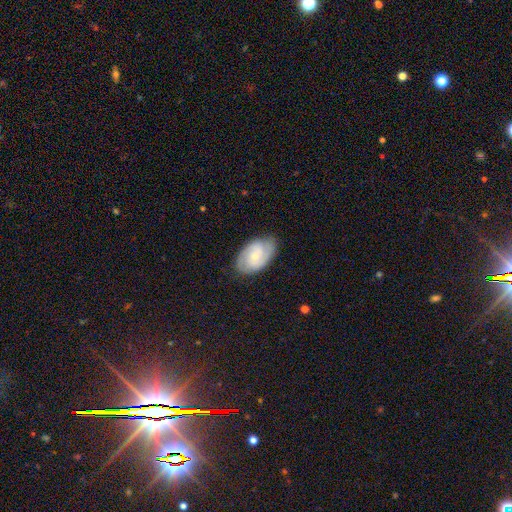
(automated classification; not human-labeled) A featured or disk galaxy (70%) with no bar (60%), 2 (68%) tight (47%) spiral arms (94%) and a small central bulge (66%). Merging: none (80%).